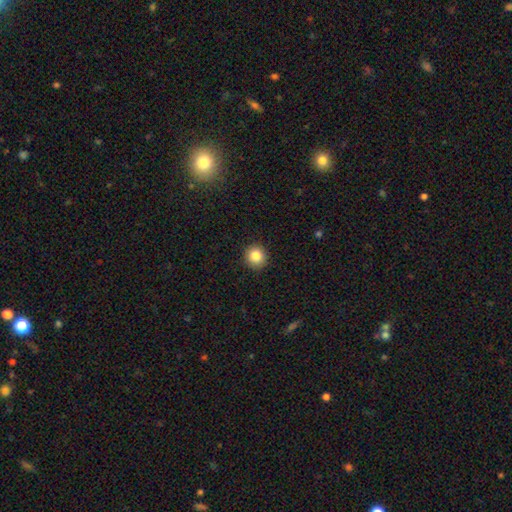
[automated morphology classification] Q: Smooth or featured?
A: smooth (85%); runner-up: star or artifact (10%)
Q: How rounded?
A: round (93%); runner-up: in between (6%)
Q: Merging?
A: none (92%); runner-up: minor disturbance (5%)